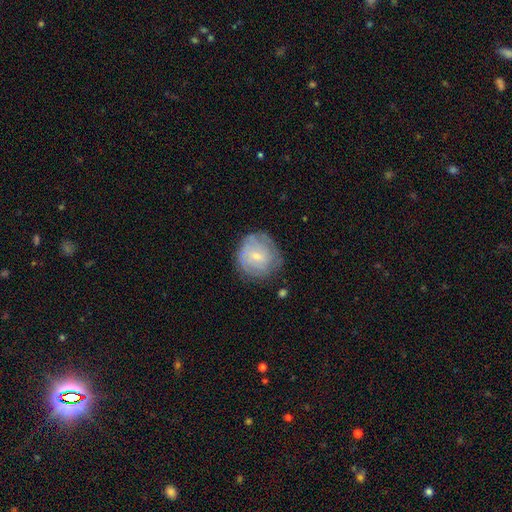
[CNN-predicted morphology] Q: Smooth or featured?
A: featured or disk (56%); runner-up: smooth (37%)
Q: Edge-on disk?
A: no (97%); runner-up: yes (3%)
Q: Bar?
A: no (52%); runner-up: weak (42%)
Q: Spiral arms?
A: yes (76%); runner-up: no (24%)
Q: Bulge size?
A: small (62%); runner-up: moderate (31%)
Q: Merging?
A: none (69%); runner-up: minor disturbance (21%)